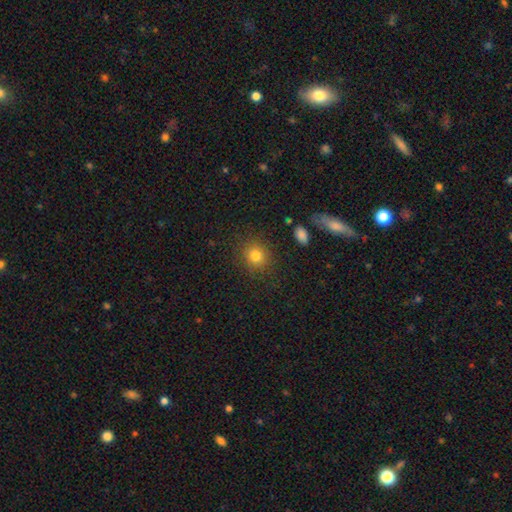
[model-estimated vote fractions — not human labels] This appears to be a smooth galaxy with no disk features (81%) that is round (84%). Merging: none (87%).